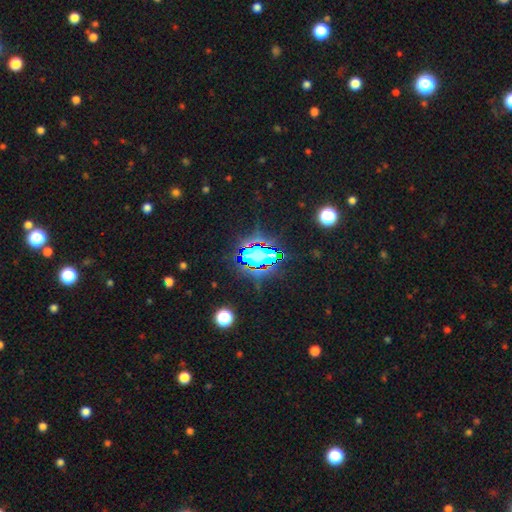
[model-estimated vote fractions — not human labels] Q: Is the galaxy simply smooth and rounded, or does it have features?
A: star or artifact — 69%.